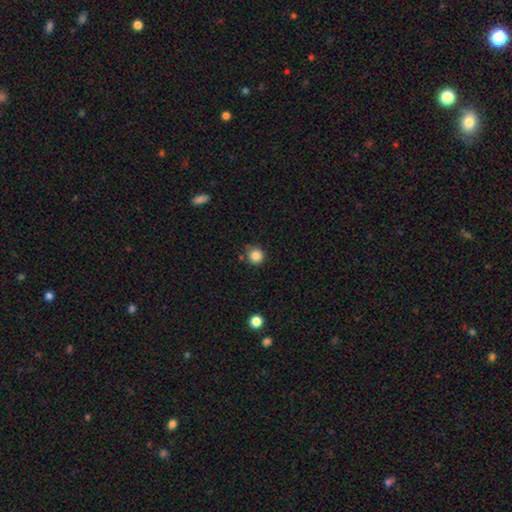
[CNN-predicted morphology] Overall: smooth (85%). How rounded: round (94%). Merging: none (82%).